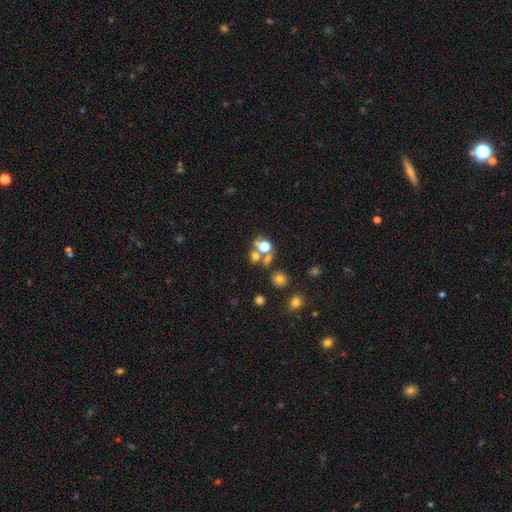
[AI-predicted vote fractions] A smooth galaxy with no disk features (61%) that is round (73%). Merging: none (48%).